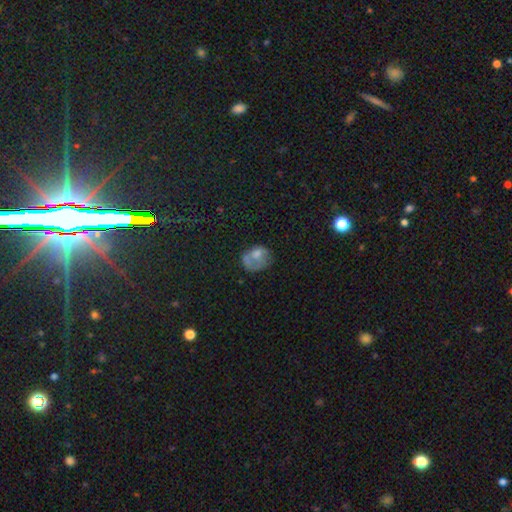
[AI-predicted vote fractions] This appears to be a smooth galaxy with no disk features (60%) that is in between round and cigar-shaped (51%). Merging: none (34%).